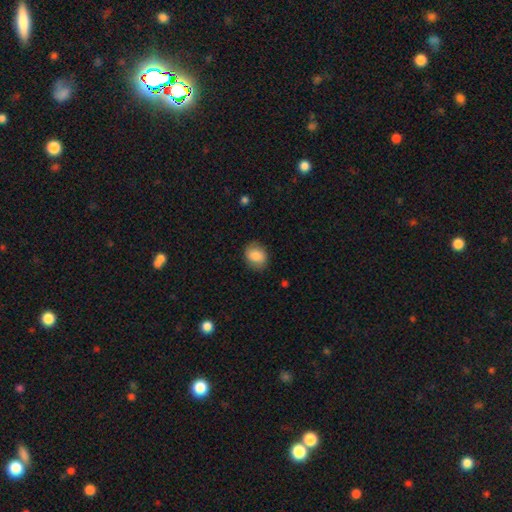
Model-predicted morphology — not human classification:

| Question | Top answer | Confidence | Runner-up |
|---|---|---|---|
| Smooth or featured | smooth | 85% | featured or disk (8%) |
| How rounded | round | 51% | in between (48%) |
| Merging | none | 83% | minor disturbance (13%) |